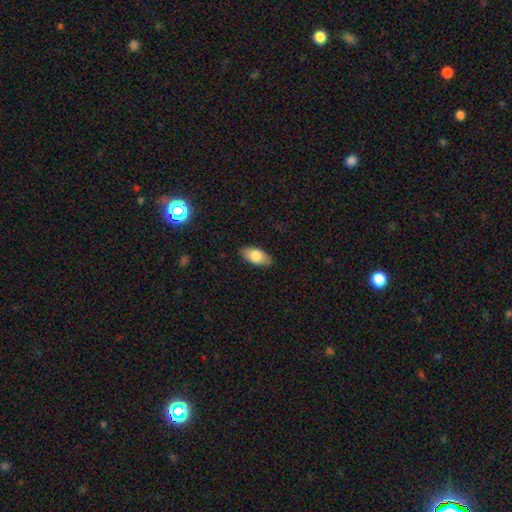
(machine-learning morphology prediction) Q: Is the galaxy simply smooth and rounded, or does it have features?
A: smooth — 79%.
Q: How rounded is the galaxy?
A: in between — 92%.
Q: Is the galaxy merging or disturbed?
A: none — 87%.